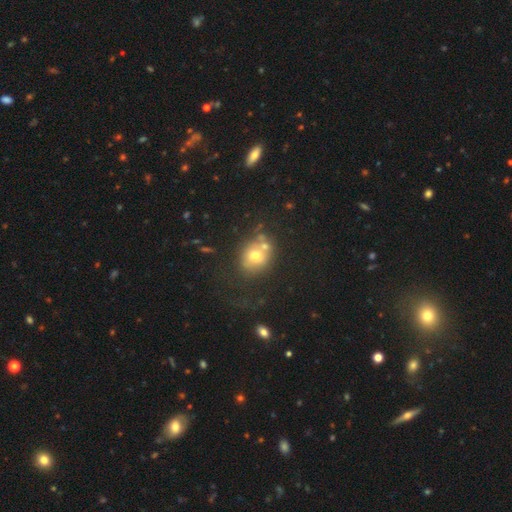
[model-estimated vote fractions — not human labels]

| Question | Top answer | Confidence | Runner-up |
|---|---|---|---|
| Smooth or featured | smooth | 64% | featured or disk (23%) |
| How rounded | round | 68% | in between (31%) |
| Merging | none | 50% | merger (23%) |